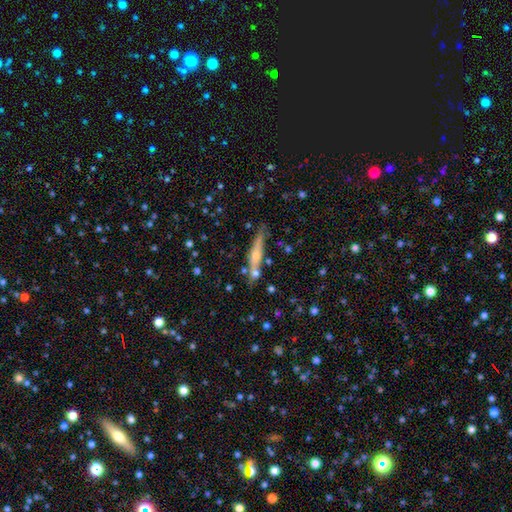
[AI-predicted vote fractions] A featured or disk galaxy (49%). Merging: none (72%).